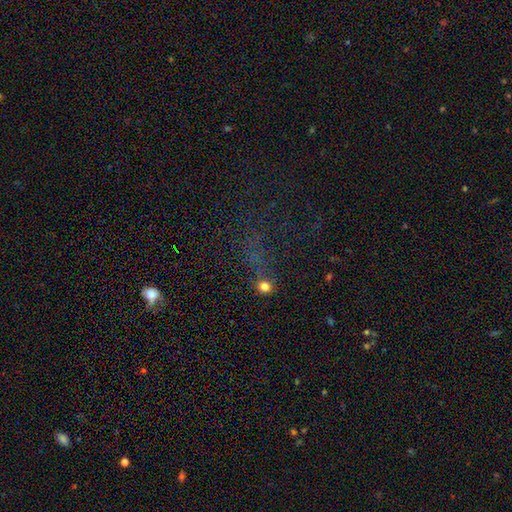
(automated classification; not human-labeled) The model was most divided on "smooth or featured": star or artifact: 54%, smooth: 30%, featured or disk: 16%.